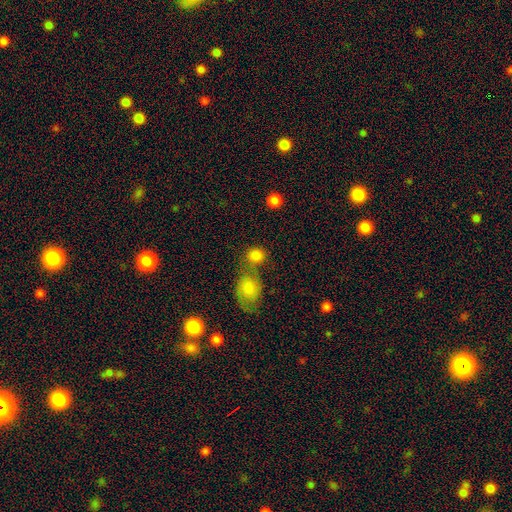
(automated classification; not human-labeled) Smooth or featured? Predicted: smooth (p=0.83). How rounded? Predicted: round (p=0.78). Merging? Predicted: none (p=0.53).